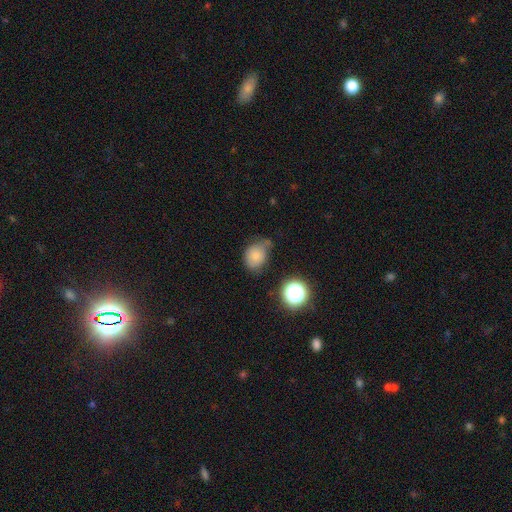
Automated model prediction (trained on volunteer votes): This appears to be a smooth galaxy with no disk features (76%) that is in between round and cigar-shaped (51%). Merging: none (47%).